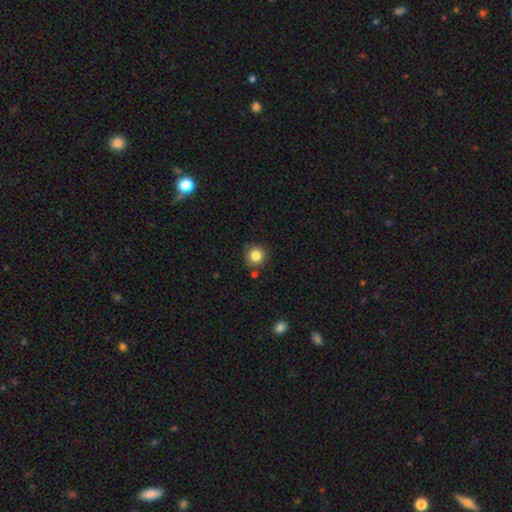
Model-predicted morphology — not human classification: The model was most divided on "smooth or featured": smooth: 84%, star or artifact: 11%, featured or disk: 5%. More confident: how rounded — round (93%); merging — none (84%).